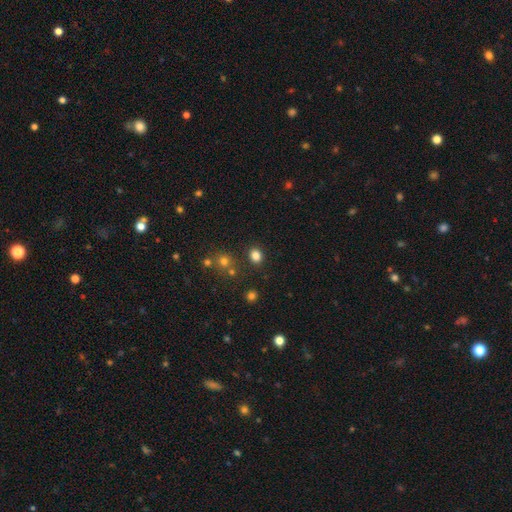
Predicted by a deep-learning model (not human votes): Overall: smooth (82%). How rounded: round (58%; in between 41%). Merging: none (86%).